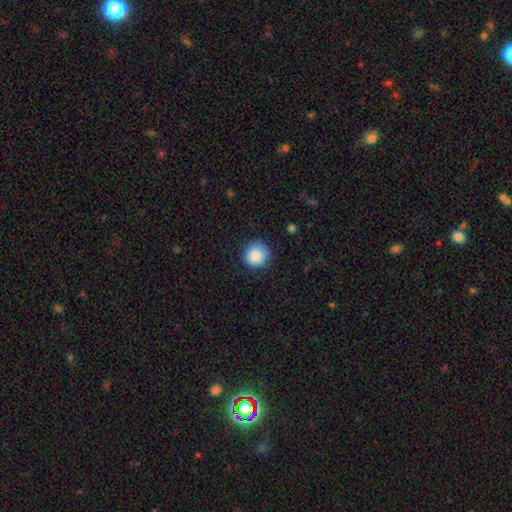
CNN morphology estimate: A smooth galaxy with no disk features (87%) that is round (92%).

Vote fractions:
- Smooth or featured? smooth: 87% / star or artifact: 8% / featured or disk: 4%
- How rounded? round: 92% / in between: 7% / cigar-shaped: 1%
- Merging? none: 84% / minor disturbance: 12% / major disturbance: 3% / merger: 1%